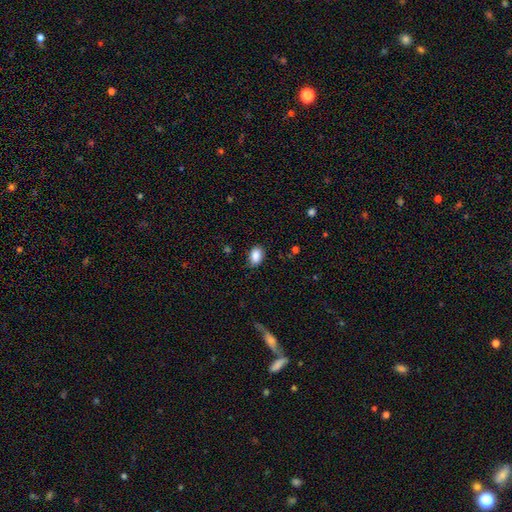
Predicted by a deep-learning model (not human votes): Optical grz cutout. It shows a smooth galaxy with no disk features (88%) that is in between round and cigar-shaped (83%). Merging: none (80%).